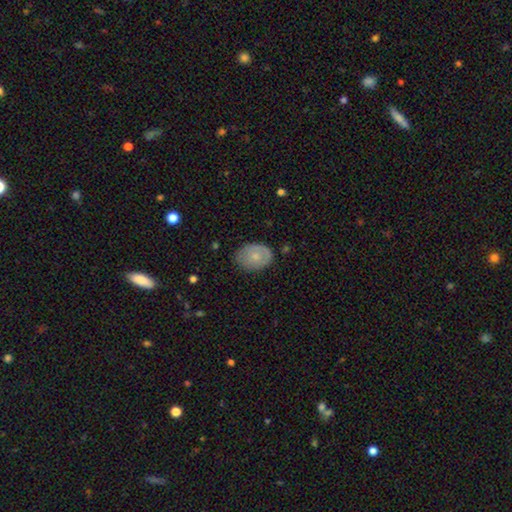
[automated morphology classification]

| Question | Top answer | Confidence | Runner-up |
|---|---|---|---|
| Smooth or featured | smooth | 67% | featured or disk (26%) |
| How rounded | in between | 72% | round (27%) |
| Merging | none | 73% | minor disturbance (21%) |